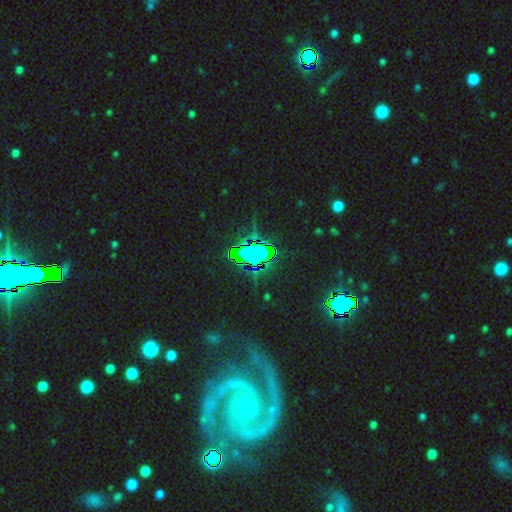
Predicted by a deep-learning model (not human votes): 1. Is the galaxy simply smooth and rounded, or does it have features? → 77% star or artifact, 13% smooth, 9% featured or disk.